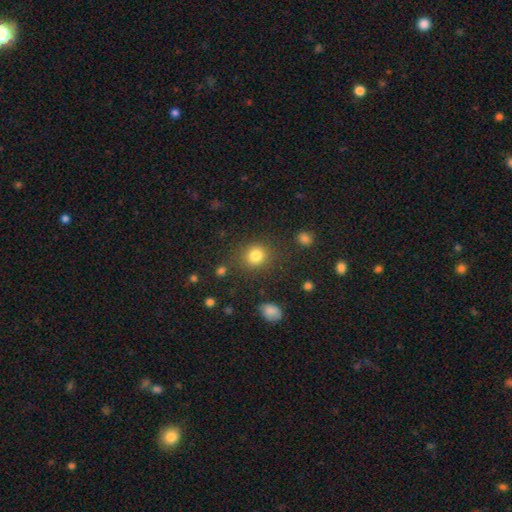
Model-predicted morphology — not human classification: type=smooth (82%); roundness=round (82%); merging=none (82%).